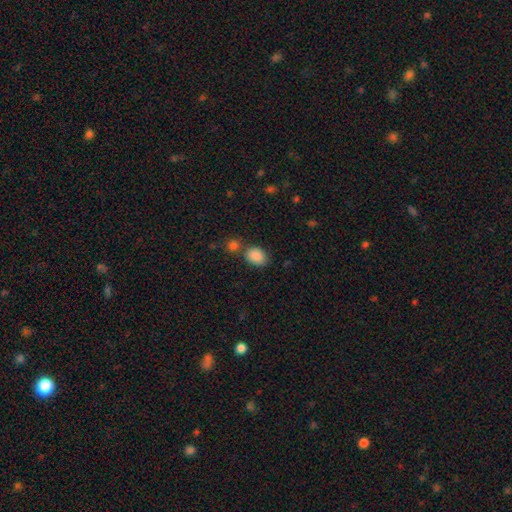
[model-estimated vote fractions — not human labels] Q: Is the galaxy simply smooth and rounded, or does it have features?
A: smooth — 87%.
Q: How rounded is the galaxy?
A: in between — 67%.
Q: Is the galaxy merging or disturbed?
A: none — 67%.